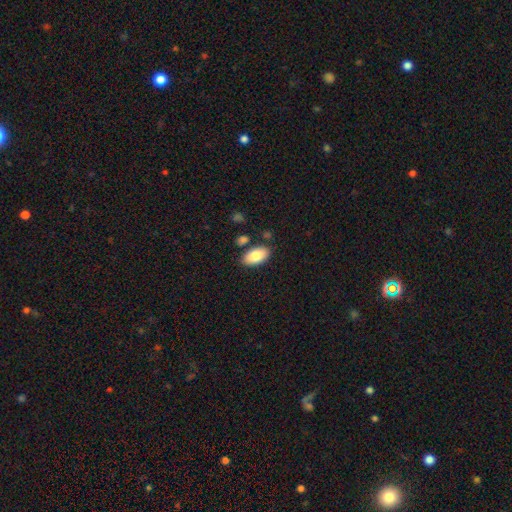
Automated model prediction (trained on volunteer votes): Smooth or featured? Predicted: smooth (p=0.82). How rounded? Predicted: in between (p=0.95). Merging? Predicted: none (p=0.82).